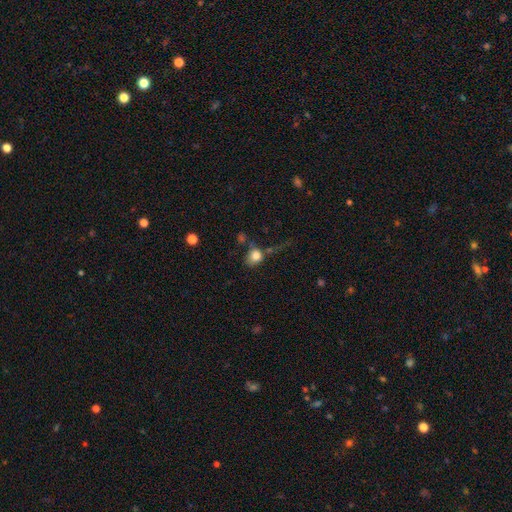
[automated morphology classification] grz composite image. It shows a smooth galaxy with no disk features (80%) that is round (61%). Merging: none (43%).